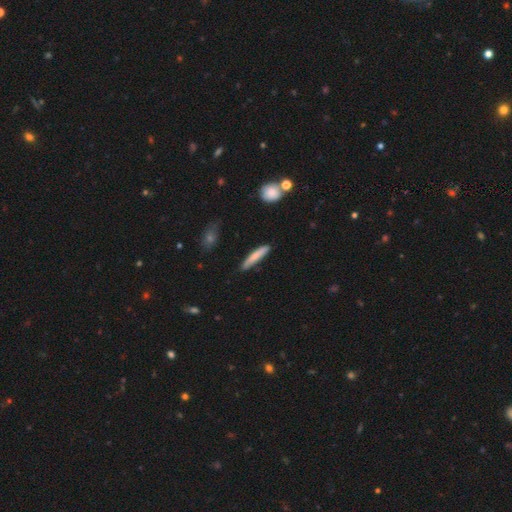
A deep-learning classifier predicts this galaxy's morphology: The model was most divided on "smooth or featured": smooth: 73%, featured or disk: 22%, star or artifact: 6%. More confident: how rounded — cigar-shaped (90%); merging — none (81%).